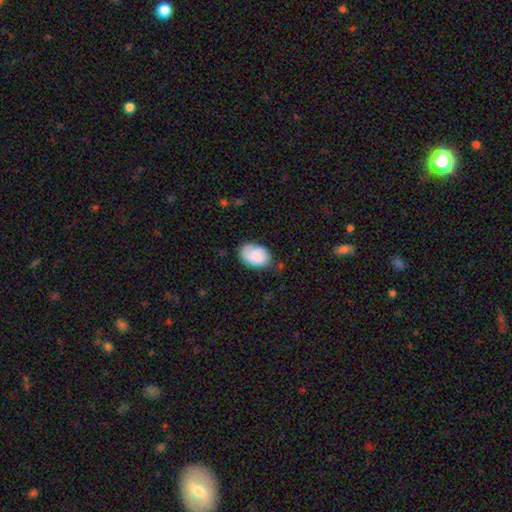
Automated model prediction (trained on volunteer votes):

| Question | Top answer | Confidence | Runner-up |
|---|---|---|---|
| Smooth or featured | smooth | 79% | featured or disk (14%) |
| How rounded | in between | 87% | round (12%) |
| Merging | none | 66% | minor disturbance (25%) |